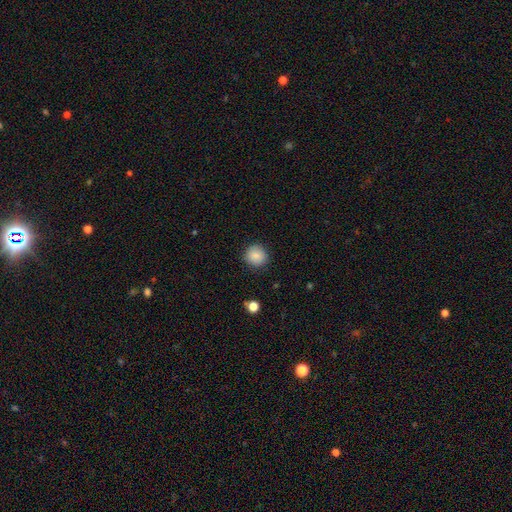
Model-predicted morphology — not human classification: smooth-or-featured: smooth: 86% | star or artifact: 9% | featured or disk: 5%
  how-rounded: round: 91% | in between: 8% | cigar-shaped: 1%
  merging: none: 88% | minor disturbance: 9% | major disturbance: 2% | merger: 1%